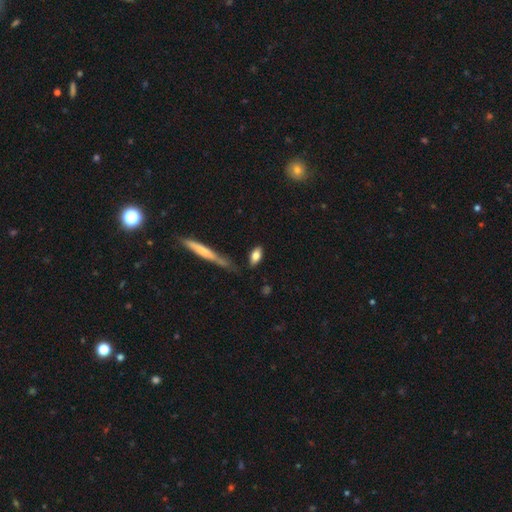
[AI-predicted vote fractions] Overall: smooth (77%). How rounded: in between (79%). Merging: none (79%).